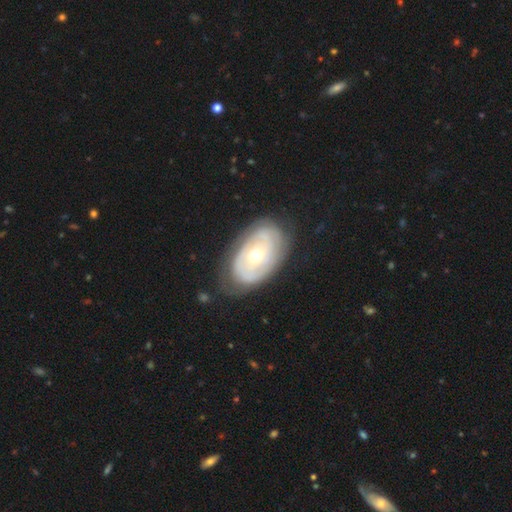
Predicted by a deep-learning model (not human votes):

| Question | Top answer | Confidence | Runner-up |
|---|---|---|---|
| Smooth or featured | featured or disk | 73% | smooth (22%) |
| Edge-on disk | no | 94% | yes (6%) |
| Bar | no | 80% | weak (16%) |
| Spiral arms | yes | 68% | no (32%) |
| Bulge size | moderate | 72% | small (20%) |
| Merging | none | 74% | minor disturbance (19%) |